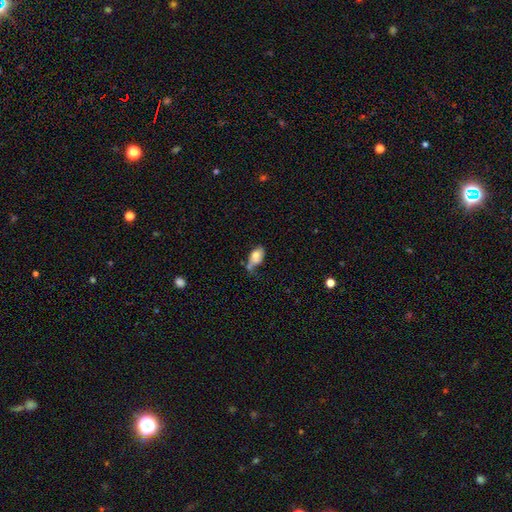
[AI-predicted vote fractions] A smooth galaxy with no disk features (65%) that is in between round and cigar-shaped (89%). Merging: none (30%, tied with minor disturbance).